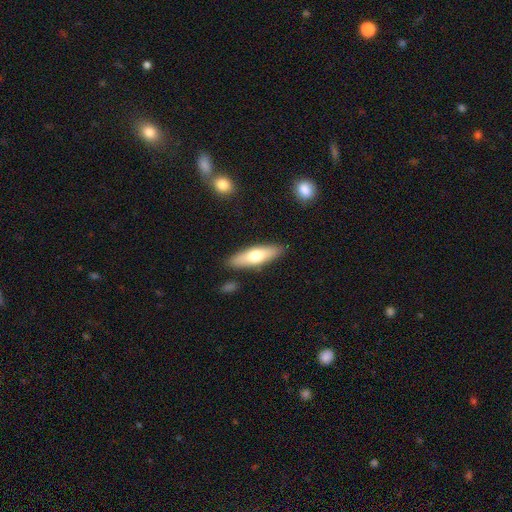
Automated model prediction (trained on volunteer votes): Smooth or featured? Predicted: smooth (p=0.63). How rounded? Predicted: cigar-shaped (p=0.49, tied with in between). Merging? Predicted: none (p=0.86).